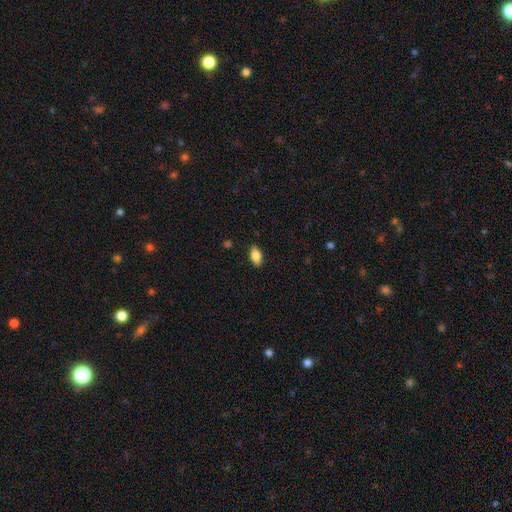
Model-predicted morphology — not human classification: The model was most divided on "smooth or featured": smooth: 81%, featured or disk: 12%, star or artifact: 7%. More confident: how rounded — in between (89%); merging — none (88%).